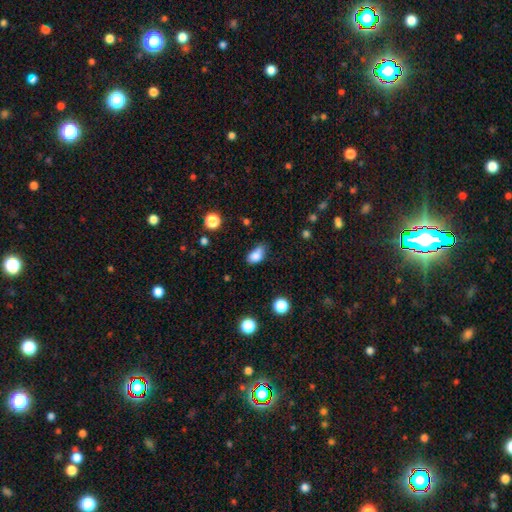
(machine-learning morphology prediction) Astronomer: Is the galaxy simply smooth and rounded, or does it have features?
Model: smooth — 81%.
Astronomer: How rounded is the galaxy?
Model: in between — 84%.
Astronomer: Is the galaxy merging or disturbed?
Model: none — 49% (runner-up: minor disturbance, 34%).